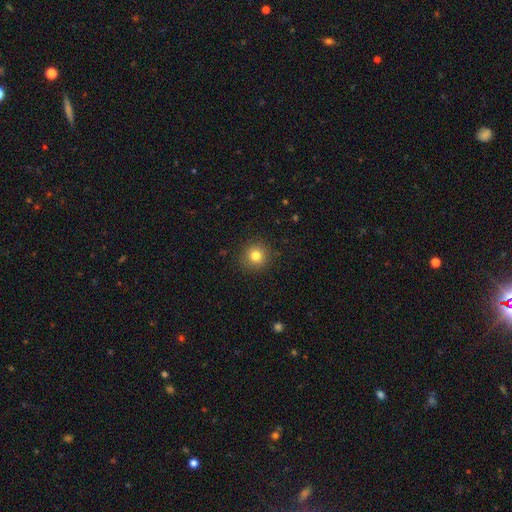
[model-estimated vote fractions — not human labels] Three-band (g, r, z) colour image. It shows a smooth galaxy with no disk features (80%) that is round (93%). Merging: none (90%).